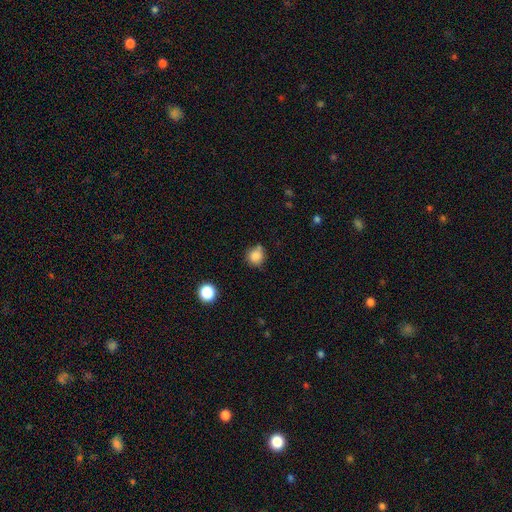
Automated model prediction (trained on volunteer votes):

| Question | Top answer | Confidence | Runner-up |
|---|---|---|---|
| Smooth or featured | smooth | 84% | star or artifact (11%) |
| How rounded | round | 84% | in between (15%) |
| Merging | none | 65% | minor disturbance (24%) |